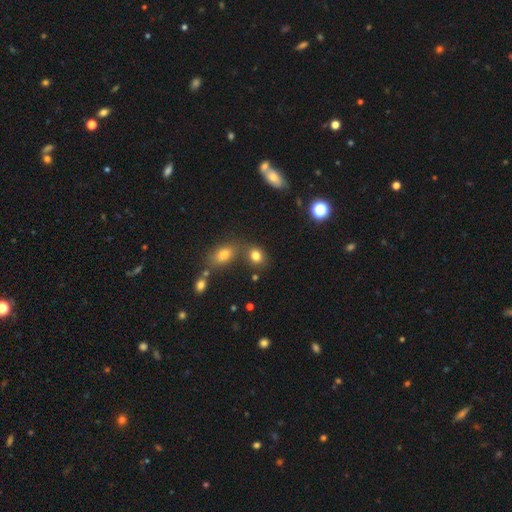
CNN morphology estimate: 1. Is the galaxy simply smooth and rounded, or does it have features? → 79% smooth, 13% star or artifact, 8% featured or disk.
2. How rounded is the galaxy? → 52% in between, 47% round, 2% cigar-shaped.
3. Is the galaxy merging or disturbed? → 60% none, 24% merger, 12% minor disturbance, 4% major disturbance.